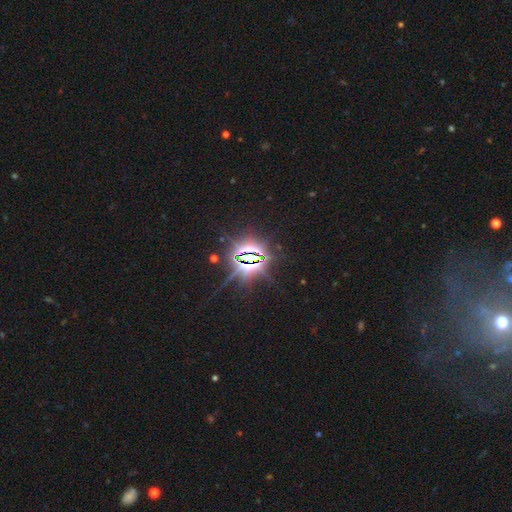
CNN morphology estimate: Smooth or featured? Predicted: star or artifact (p=0.85).